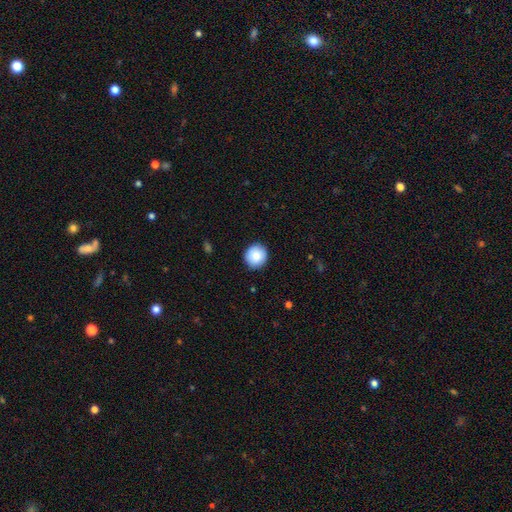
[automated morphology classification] Q: Smooth or featured?
A: smooth (86%); runner-up: star or artifact (7%)
Q: How rounded?
A: round (93%); runner-up: in between (6%)
Q: Merging?
A: none (91%); runner-up: minor disturbance (7%)